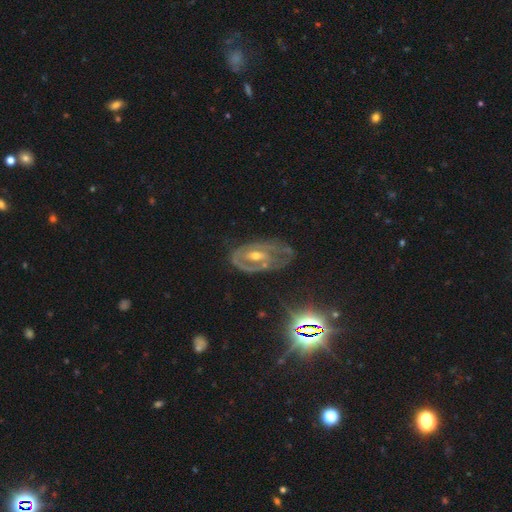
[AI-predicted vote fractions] This appears to be a featured or disk galaxy (78%) with a weak bar (43%), 2 (44%) tight (55%) spiral arms (78%) and a moderate central bulge (51%). Merging: none (56%).